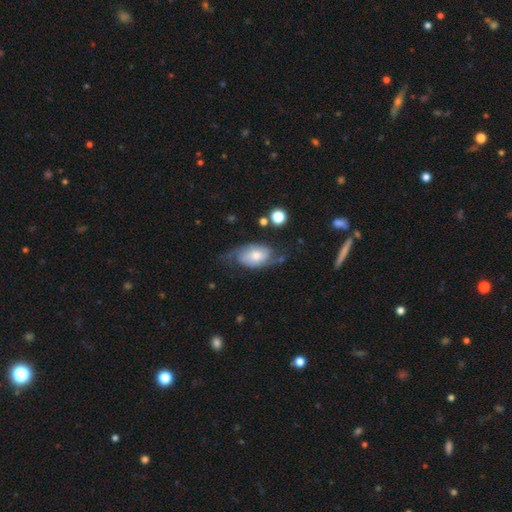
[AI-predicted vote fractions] featured or disk 59%, smooth 33%, star or artifact 7%. Down the decision tree: edge-on disk — no (94%); bar — no (67%); spiral arms — yes (86%); bulge size — moderate (49%); merging — none (50%).